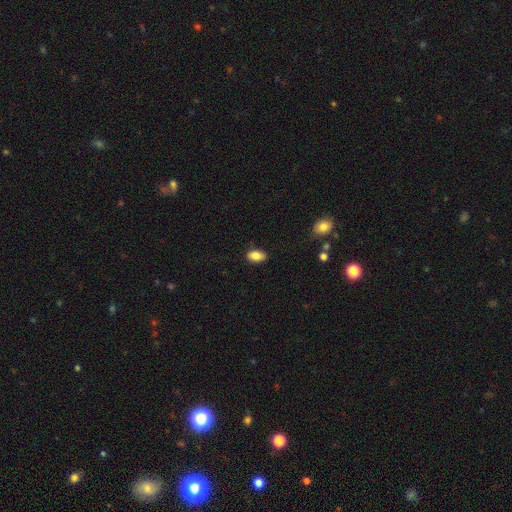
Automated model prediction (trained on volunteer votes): Q: Smooth or featured?
A: smooth (83%); runner-up: featured or disk (9%)
Q: How rounded?
A: in between (90%); runner-up: round (7%)
Q: Merging?
A: none (82%); runner-up: minor disturbance (15%)